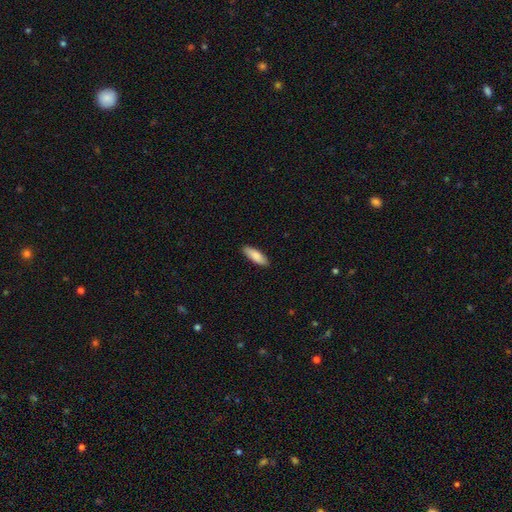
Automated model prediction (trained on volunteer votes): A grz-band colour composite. It shows a smooth galaxy with no disk features (86%) that is in between round and cigar-shaped (59%). Merging: none (89%).